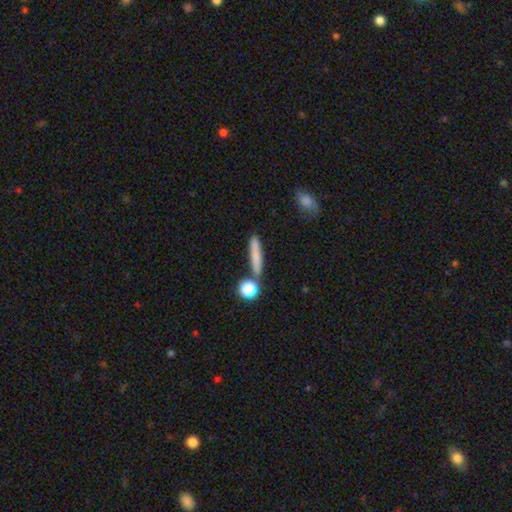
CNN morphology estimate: Q: Smooth or featured?
A: smooth (76%); runner-up: featured or disk (15%)
Q: How rounded?
A: cigar-shaped (83%); runner-up: in between (10%)
Q: Merging?
A: none (77%); runner-up: minor disturbance (10%)